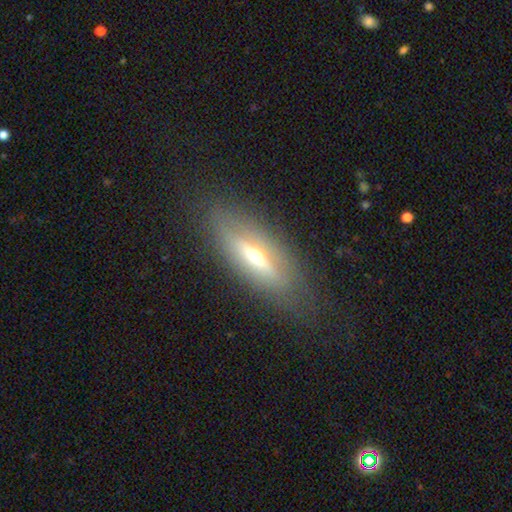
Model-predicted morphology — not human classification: A featured or disk galaxy (57%) viewed edge-on (73%).

Vote fractions:
- Smooth or featured? featured or disk: 57% / smooth: 35% / star or artifact: 8%
- Edge-on disk? yes: 73% / no: 27%
- Merging? none: 80% / minor disturbance: 13% / major disturbance: 6% / merger: 1%